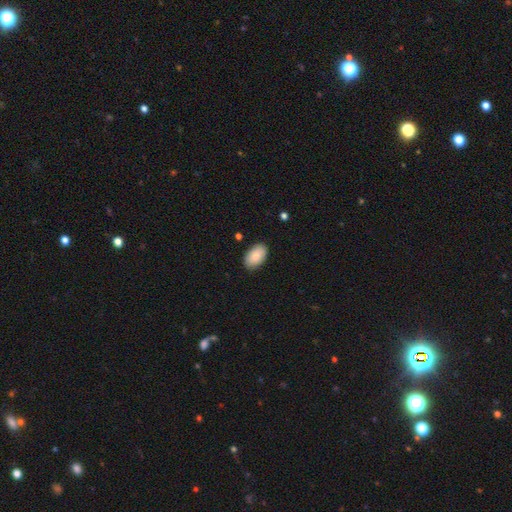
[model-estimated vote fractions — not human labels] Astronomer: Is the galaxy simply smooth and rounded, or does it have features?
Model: smooth — 87%.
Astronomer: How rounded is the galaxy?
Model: in between — 94%.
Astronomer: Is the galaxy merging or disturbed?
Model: none — 87%.